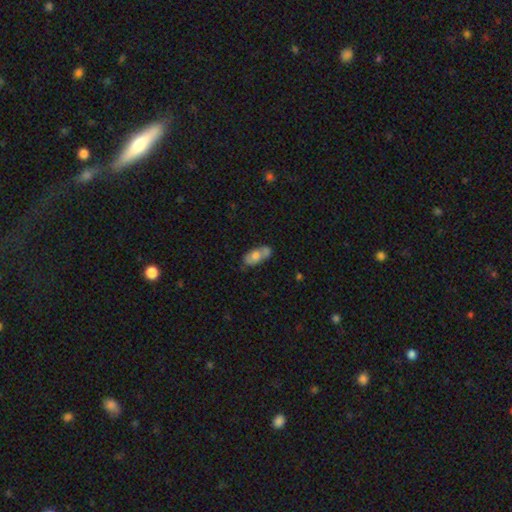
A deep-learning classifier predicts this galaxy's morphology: Q: Smooth or featured?
A: smooth (63%); runner-up: featured or disk (30%)
Q: How rounded?
A: in between (84%); runner-up: cigar-shaped (10%)
Q: Merging?
A: none (42%); runner-up: merger (32%)